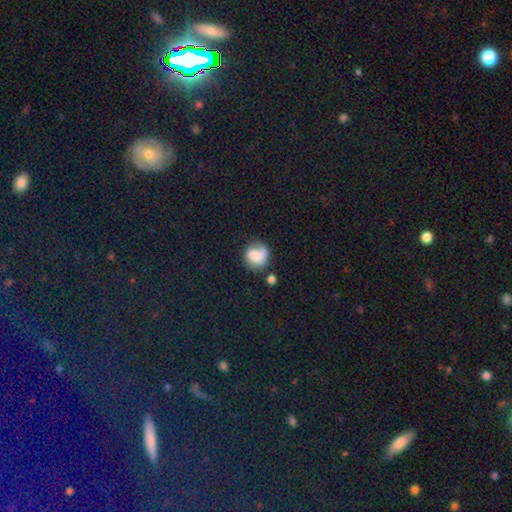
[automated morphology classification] smooth 65%, featured or disk 26%, star or artifact 10%. Down the decision tree: how rounded — round (71%); merging — none (44%).